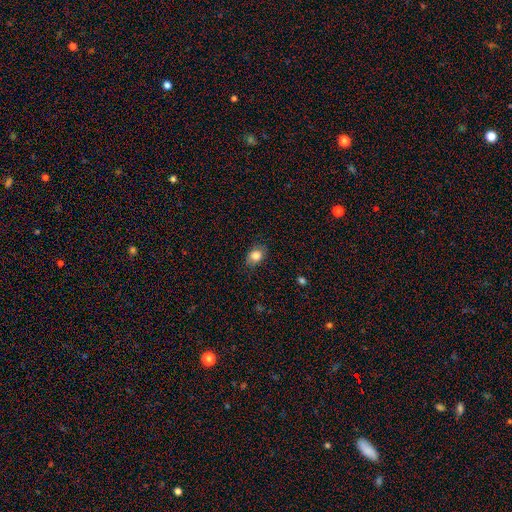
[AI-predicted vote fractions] The model was most divided on "how rounded": in between: 64%, round: 35%, cigar-shaped: 1%. More confident: smooth or featured — smooth (83%); merging — none (80%).